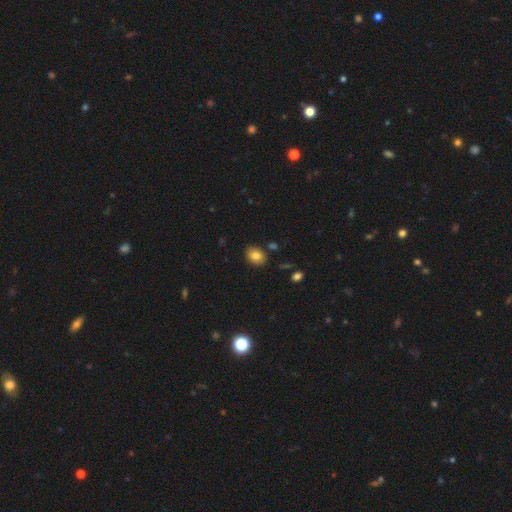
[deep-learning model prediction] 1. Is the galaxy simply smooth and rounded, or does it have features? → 81% smooth, 10% star or artifact, 9% featured or disk.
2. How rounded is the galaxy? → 59% in between, 40% round, 1% cigar-shaped.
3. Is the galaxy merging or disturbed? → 85% none, 9% minor disturbance, 3% merger, 2% major disturbance.